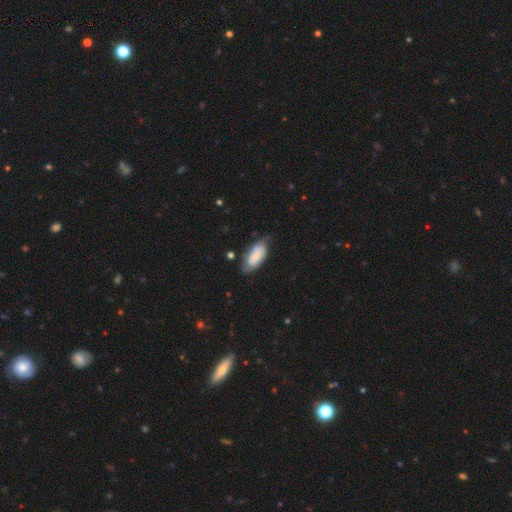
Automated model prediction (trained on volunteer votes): Smooth or featured? Predicted: smooth (p=0.70). How rounded? Predicted: in between (p=0.88). Merging? Predicted: none (p=0.60).